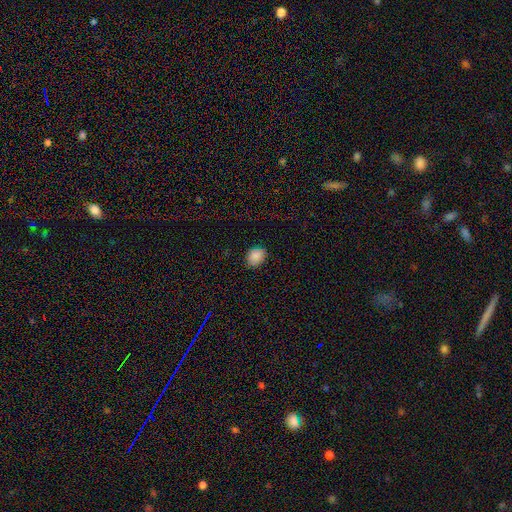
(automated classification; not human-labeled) A smooth galaxy with no disk features (87%) that is in between round and cigar-shaped (57%).

Vote fractions:
- Smooth or featured? smooth: 87% / star or artifact: 9% / featured or disk: 4%
- How rounded? in between: 57% / round: 42% / cigar-shaped: 1%
- Merging? none: 83% / minor disturbance: 14% / major disturbance: 2% / merger: 1%